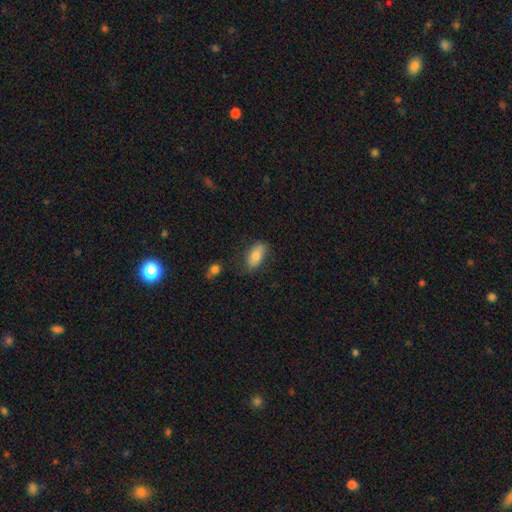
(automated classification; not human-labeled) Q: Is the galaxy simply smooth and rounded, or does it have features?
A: smooth — 77%.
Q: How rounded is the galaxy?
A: in between — 89%.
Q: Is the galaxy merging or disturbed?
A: none — 73%.